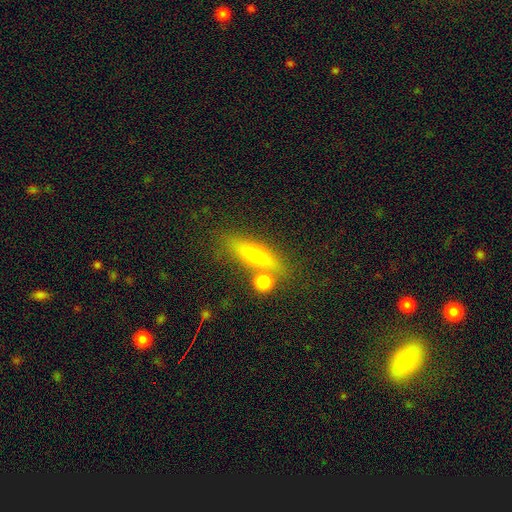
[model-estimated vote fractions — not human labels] Smooth or featured? Predicted: smooth (p=0.52). How rounded? Predicted: cigar-shaped (p=0.58). Merging? Predicted: none (p=0.66).